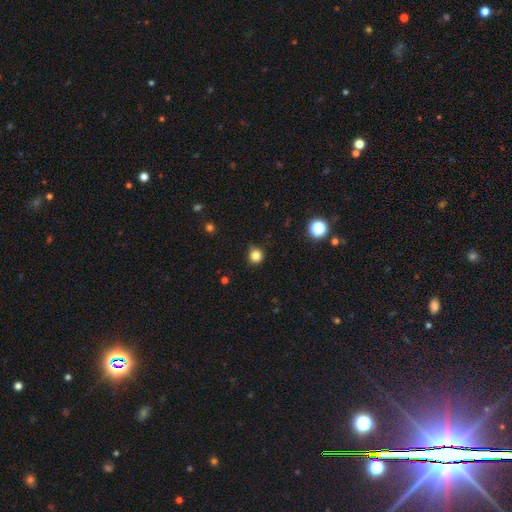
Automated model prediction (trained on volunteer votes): A smooth galaxy with no disk features (82%) that is round (91%).

Vote fractions:
- Smooth or featured? smooth: 82% / star or artifact: 14% / featured or disk: 4%
- How rounded? round: 91% / in between: 8% / cigar-shaped: 1%
- Merging? none: 83% / minor disturbance: 13% / major disturbance: 2% / merger: 1%